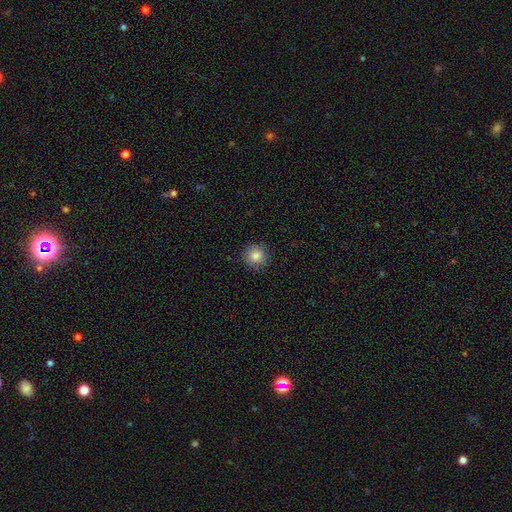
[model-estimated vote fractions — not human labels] This appears to be a smooth galaxy with no disk features (84%) that is round (93%). Merging: none (89%).